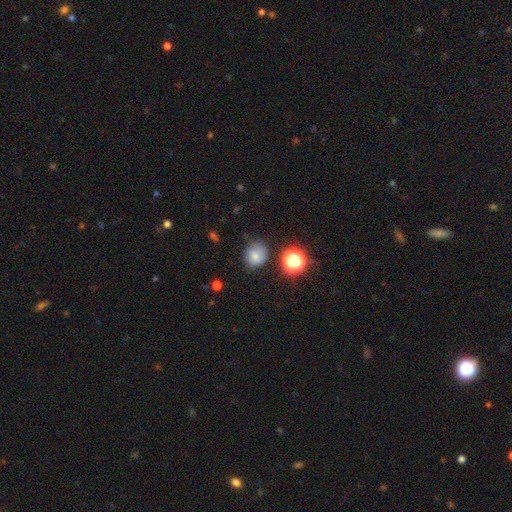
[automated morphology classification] Smooth or featured? smooth (74%)
How rounded? round (66%)
Merging? none (68%)